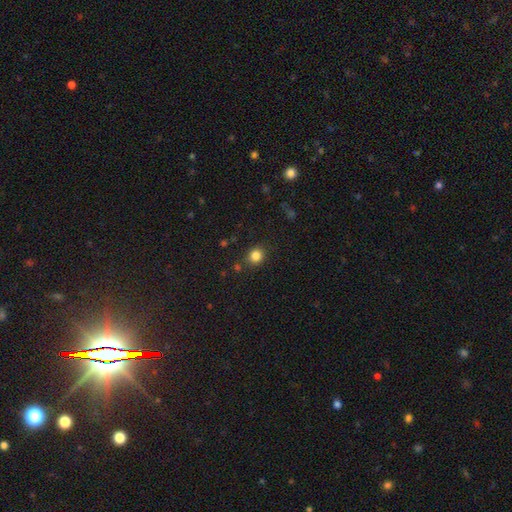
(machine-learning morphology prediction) Smooth or featured? Predicted: smooth (p=0.83). How rounded? Predicted: round (p=0.81). Merging? Predicted: none (p=0.85).